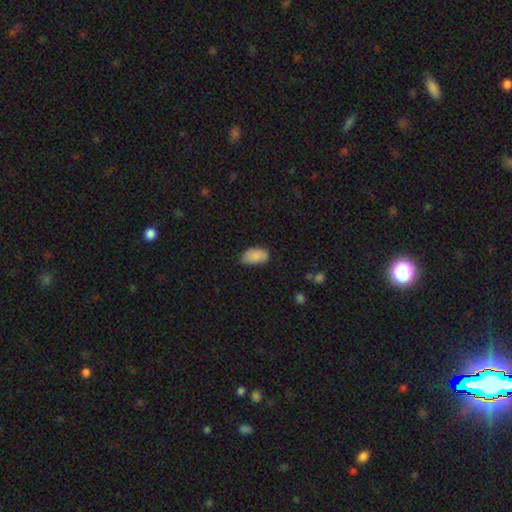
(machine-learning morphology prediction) The model was most divided on "merging": none: 71%, minor disturbance: 24%, major disturbance: 4%, merger: 1%. More confident: how rounded — in between (94%); smooth or featured — smooth (87%).